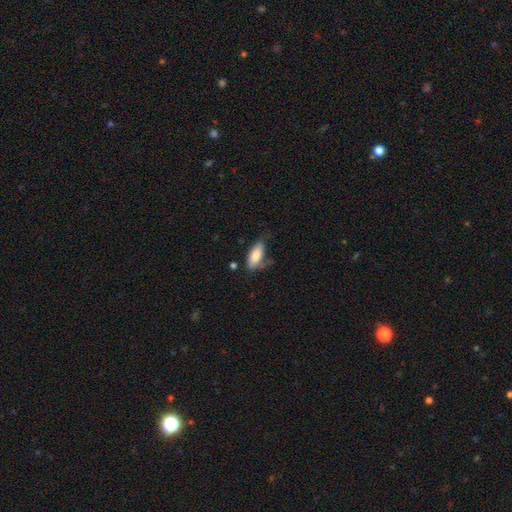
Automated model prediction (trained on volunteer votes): Smooth or featured? Predicted: smooth (p=0.81). How rounded? Predicted: in between (p=0.81). Merging? Predicted: none (p=0.54).